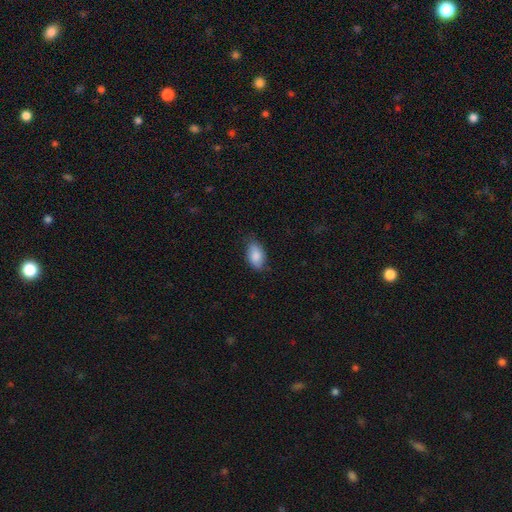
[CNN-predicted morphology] Smooth or featured?
  - smooth: 85% *
  - featured or disk: 8%
  - star or artifact: 7%
How rounded?
  - in between: 92% *
  - round: 6%
  - cigar-shaped: 2%
Merging?
  - none: 74% *
  - minor disturbance: 21%
  - major disturbance: 4%
  - merger: 1%